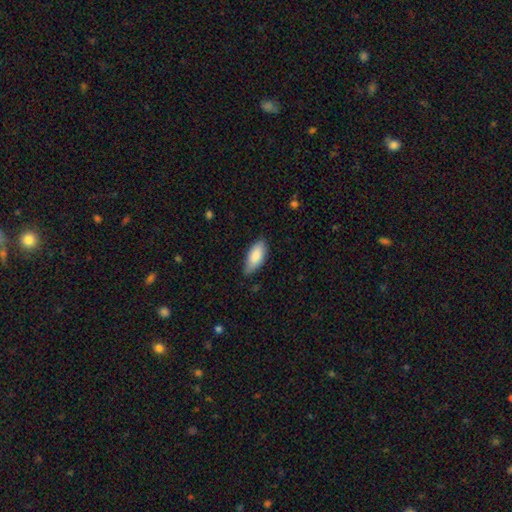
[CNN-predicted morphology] smooth-or-featured: smooth: 84% | featured or disk: 10% | star or artifact: 6%
  how-rounded: in between: 85% | cigar-shaped: 13% | round: 2%
  merging: none: 74% | minor disturbance: 22% | major disturbance: 3% | merger: 1%